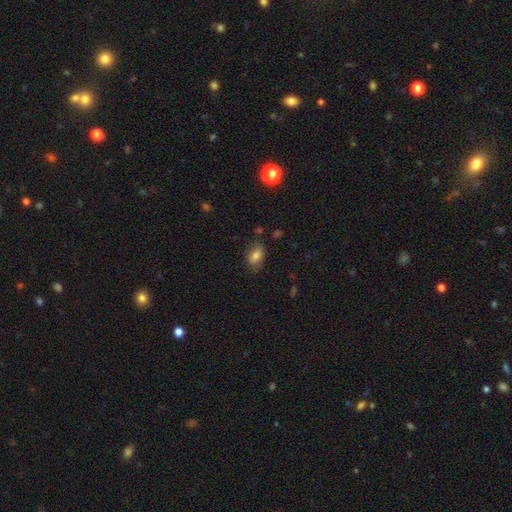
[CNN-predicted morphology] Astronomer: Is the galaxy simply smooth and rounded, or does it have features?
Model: smooth — 75%.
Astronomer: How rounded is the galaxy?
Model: in between — 86%.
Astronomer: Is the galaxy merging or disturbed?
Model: none — 69%.